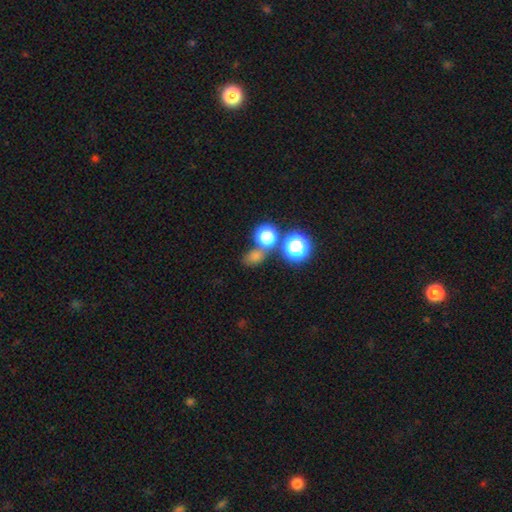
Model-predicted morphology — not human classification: type=smooth (71%); roundness=round (65%); merging=none (51%).